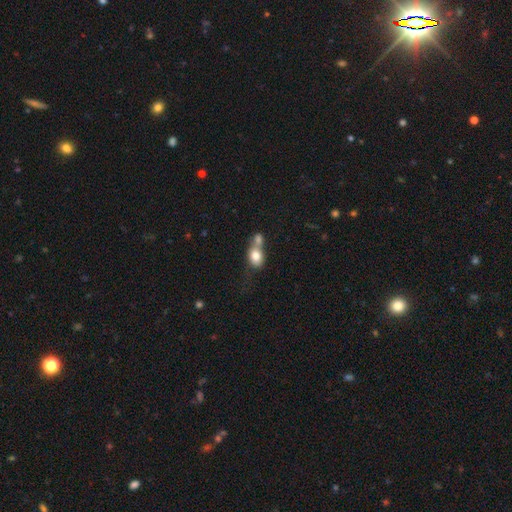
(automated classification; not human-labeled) The model was most divided on "how rounded": in between: 62%, round: 36%, cigar-shaped: 2%. More confident: smooth or featured — smooth (78%); merging — merger (64%).